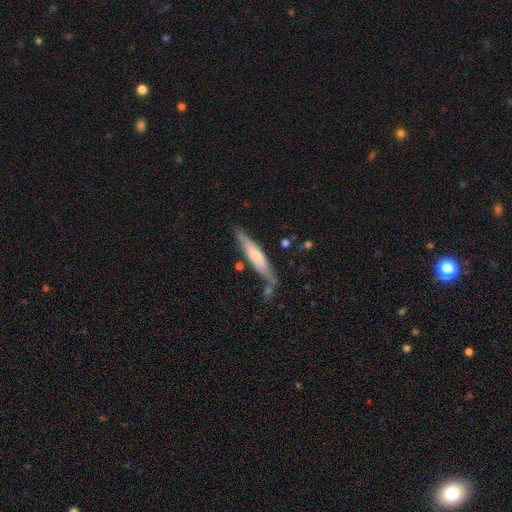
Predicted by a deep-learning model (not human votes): smooth 52%, featured or disk 42%, star or artifact 5%. Down the decision tree: how rounded — cigar-shaped (89%); merging — none (71%).